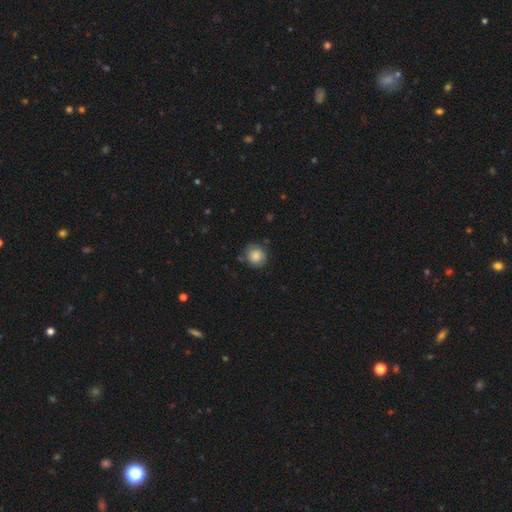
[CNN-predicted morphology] Overall: smooth (84%). How rounded: round (82%). Merging: none (78%).